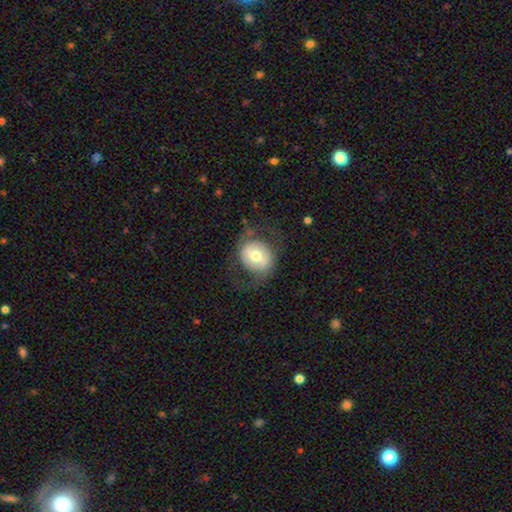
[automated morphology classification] A smooth galaxy with no disk features (50%) that is round (72%).

Vote fractions:
- Smooth or featured? smooth: 50% / featured or disk: 43% / star or artifact: 7%
- How rounded? round: 72% / in between: 27% / cigar-shaped: 1%
- Merging? none: 66% / major disturbance: 17% / minor disturbance: 16% / merger: 1%